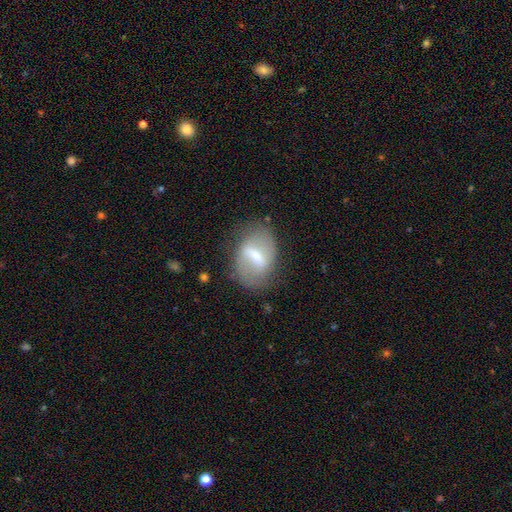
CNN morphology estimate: This appears to be a featured or disk galaxy (60%) with a strong bar (57%), no spiral arms (63%) and a moderate central bulge (46%). Merging: none (74%).